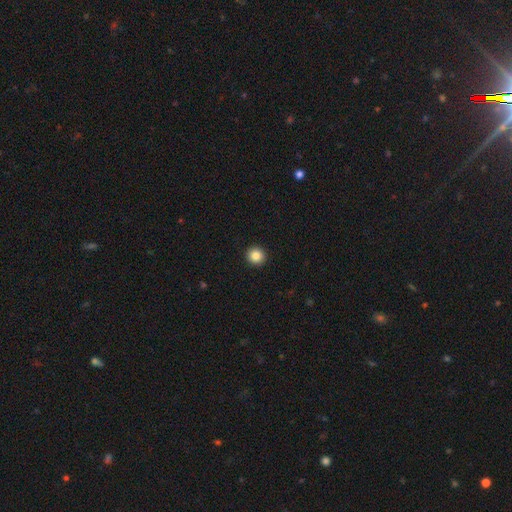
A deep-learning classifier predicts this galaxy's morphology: A smooth galaxy with no disk features (85%) that is round (95%).

Vote fractions:
- Smooth or featured? smooth: 85% / star or artifact: 10% / featured or disk: 5%
- How rounded? round: 95% / in between: 4% / cigar-shaped: 1%
- Merging? none: 94% / minor disturbance: 4% / major disturbance: 1% / merger: 1%